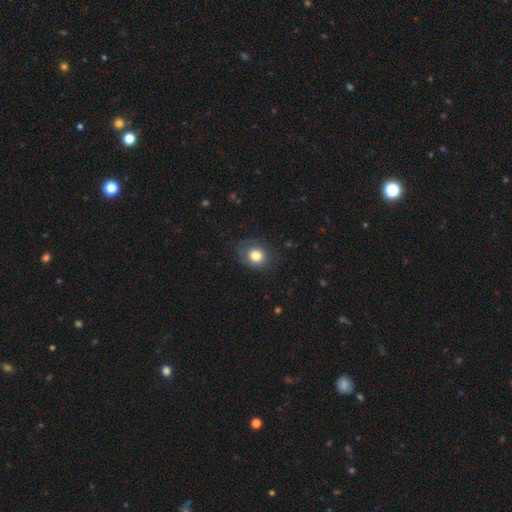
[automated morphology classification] Smooth or featured? Predicted: smooth (p=0.82). How rounded? Predicted: round (p=0.66). Merging? Predicted: none (p=0.78).